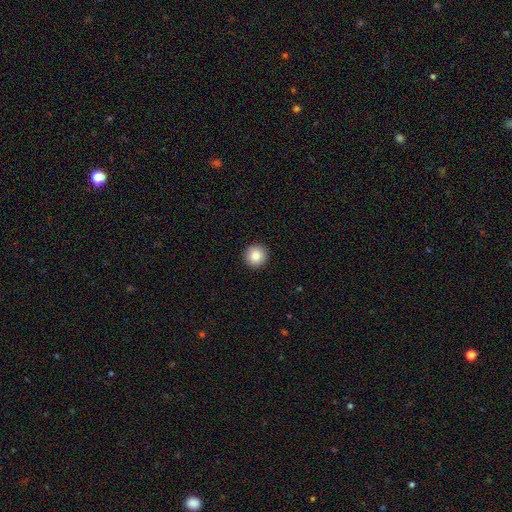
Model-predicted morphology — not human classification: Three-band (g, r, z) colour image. It shows a smooth galaxy with no disk features (86%) that is round (95%). Merging: none (93%).